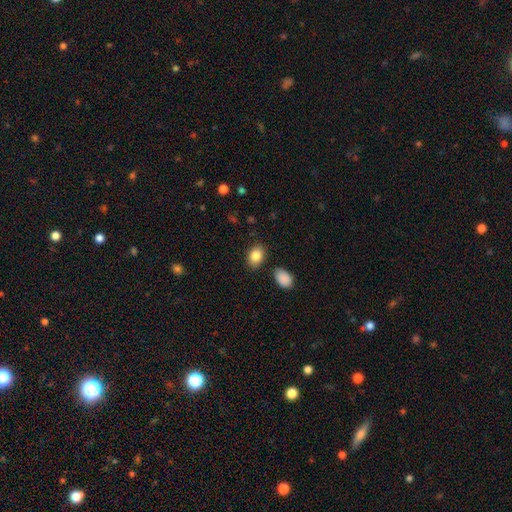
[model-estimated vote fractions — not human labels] Smooth or featured? smooth (85%)
How rounded? in between (72%)
Merging? none (82%)